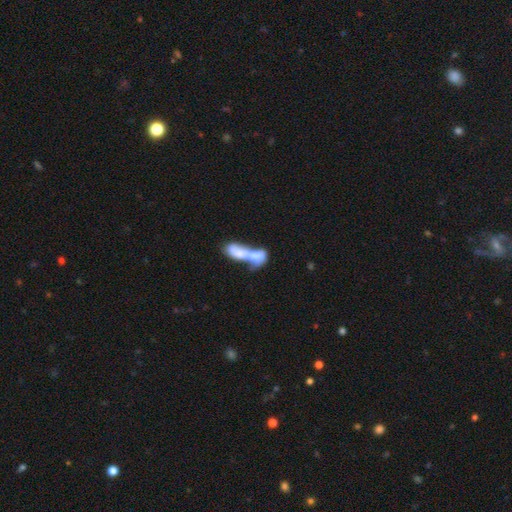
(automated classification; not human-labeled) Q: Smooth or featured?
A: smooth (58%); runner-up: featured or disk (34%)
Q: How rounded?
A: cigar-shaped (51%); runner-up: in between (45%)
Q: Merging?
A: merger (69%); runner-up: major disturbance (12%)